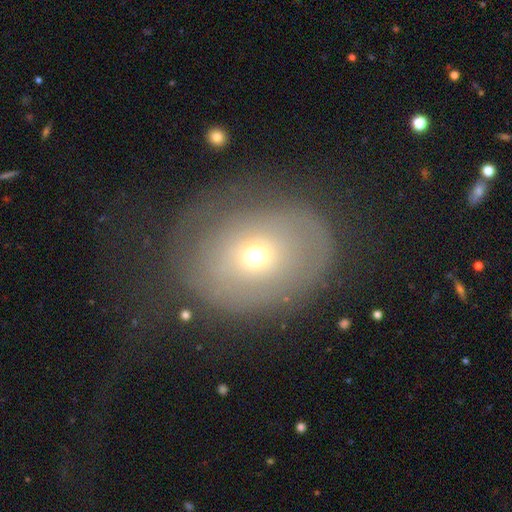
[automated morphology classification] This appears to be a smooth galaxy with no disk features (47%). Merging: none (50%).